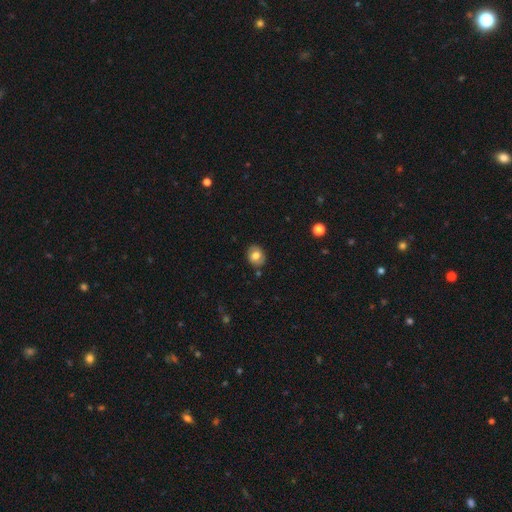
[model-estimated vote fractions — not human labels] Smooth or featured: smooth — 72% (featured or disk — 20%)
How rounded: round — 56% (in between — 43%)
Merging: none — 84% (minor disturbance — 12%)